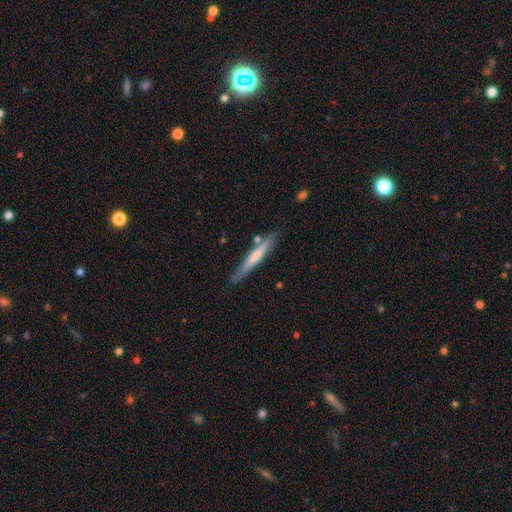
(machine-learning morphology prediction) Q: Smooth or featured?
A: smooth (53%); runner-up: featured or disk (42%)
Q: How rounded?
A: cigar-shaped (95%); runner-up: in between (4%)
Q: Merging?
A: none (79%); runner-up: minor disturbance (14%)